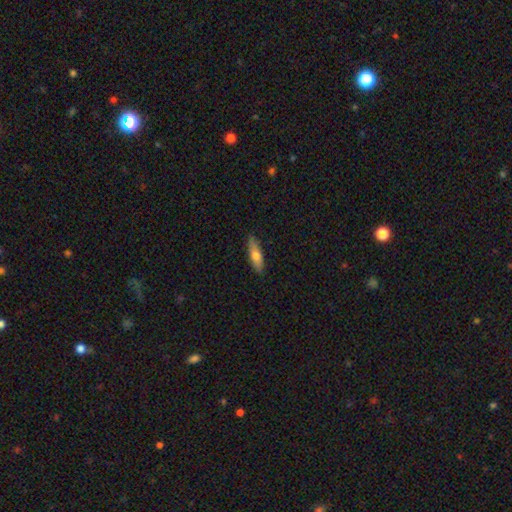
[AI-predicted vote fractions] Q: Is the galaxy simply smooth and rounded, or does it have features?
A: smooth — 61%.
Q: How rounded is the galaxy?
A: cigar-shaped — 58%.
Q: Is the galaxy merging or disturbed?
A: none — 85%.